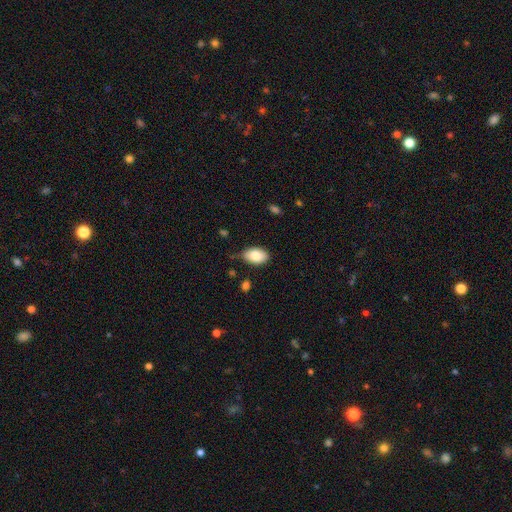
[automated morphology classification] A smooth galaxy with no disk features (86%) that is in between round and cigar-shaped (91%).

Vote fractions:
- Smooth or featured? smooth: 86% / featured or disk: 8% / star or artifact: 7%
- How rounded? in between: 91% / round: 7% / cigar-shaped: 1%
- Merging? none: 70% / minor disturbance: 23% / major disturbance: 4% / merger: 2%